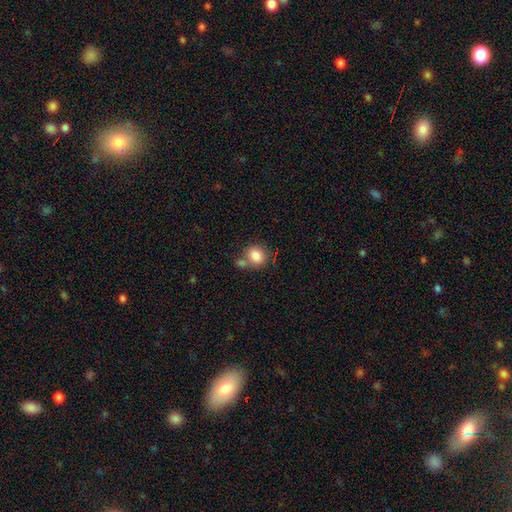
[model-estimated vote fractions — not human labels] smooth_or_featured: smooth (p=0.84) [alt: star or artifact p=0.09]
how_rounded: round (p=0.71) [alt: in between p=0.28]
merging: none (p=0.54) [alt: merger p=0.29]